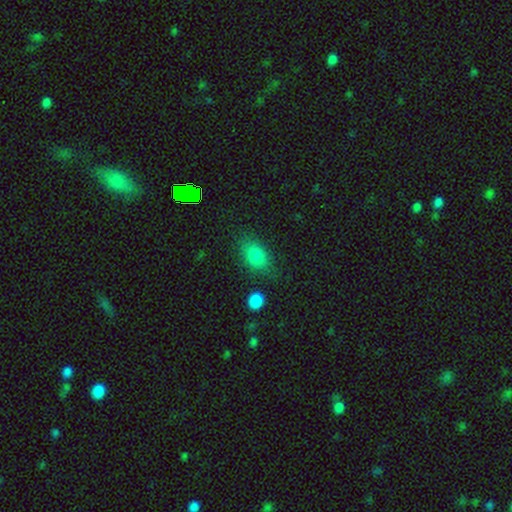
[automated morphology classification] A smooth galaxy with no disk features (81%) that is in between round and cigar-shaped (81%). Merging: none (74%).